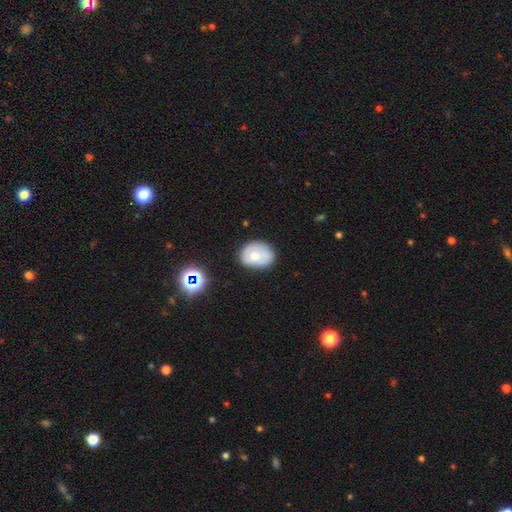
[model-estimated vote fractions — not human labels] Overall: smooth (72%). How rounded: in between (61%; round 38%). Merging: none (69%).